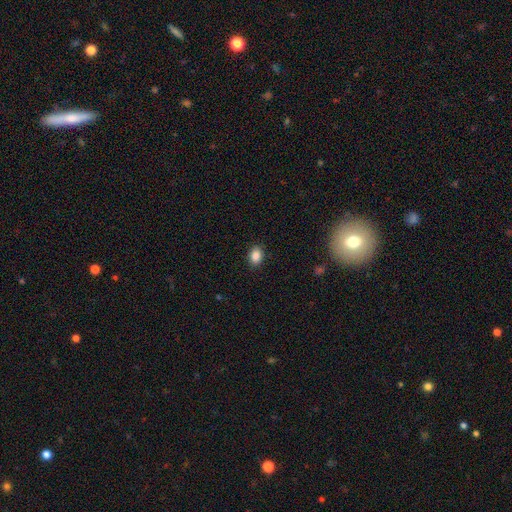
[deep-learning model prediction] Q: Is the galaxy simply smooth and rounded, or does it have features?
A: smooth — 87%.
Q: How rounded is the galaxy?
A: in between — 67%.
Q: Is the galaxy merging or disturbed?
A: none — 89%.